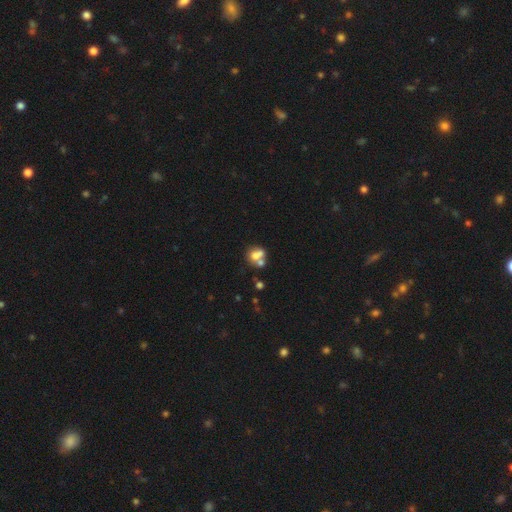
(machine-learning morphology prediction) A smooth galaxy with no disk features (64%) that is in between round and cigar-shaped (51%).

Vote fractions:
- Smooth or featured? smooth: 64% / featured or disk: 24% / star or artifact: 12%
- How rounded? in between: 51% / round: 47% / cigar-shaped: 2%
- Merging? merger: 53% / none: 30% / minor disturbance: 10% / major disturbance: 7%